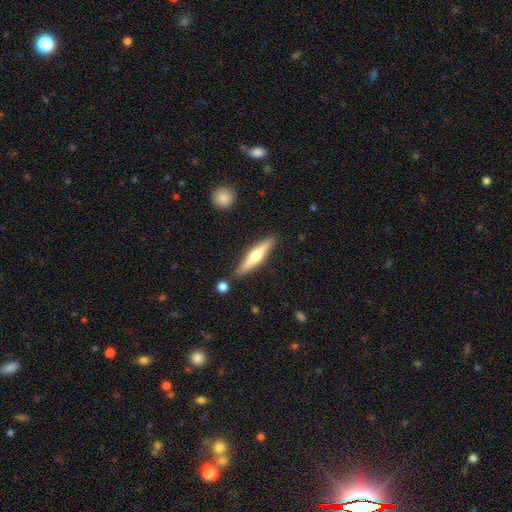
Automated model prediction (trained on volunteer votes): Q: Smooth or featured?
A: featured or disk (56%); runner-up: smooth (38%)
Q: Edge-on disk?
A: yes (96%); runner-up: no (4%)
Q: Edge-on bulge?
A: rounded (90%); runner-up: none (5%)
Q: Merging?
A: none (85%); runner-up: minor disturbance (10%)